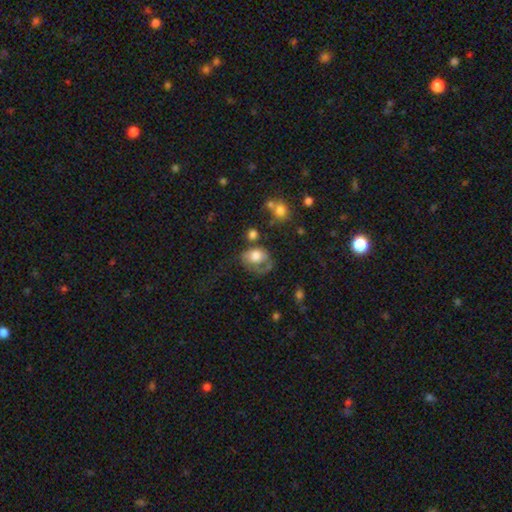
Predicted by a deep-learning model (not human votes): The model was most divided on "how rounded" (2-way tie): round: 50%, in between: 50%, cigar-shaped: 1%. Remaining: smooth or featured — smooth (59%); merging — major disturbance (37%).